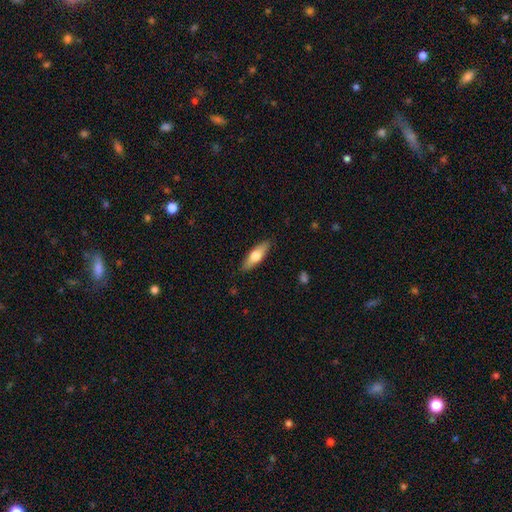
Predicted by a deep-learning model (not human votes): This is likely a smooth galaxy (62%). How rounded: possibly in between (54%). Merging: clearly none (88%).